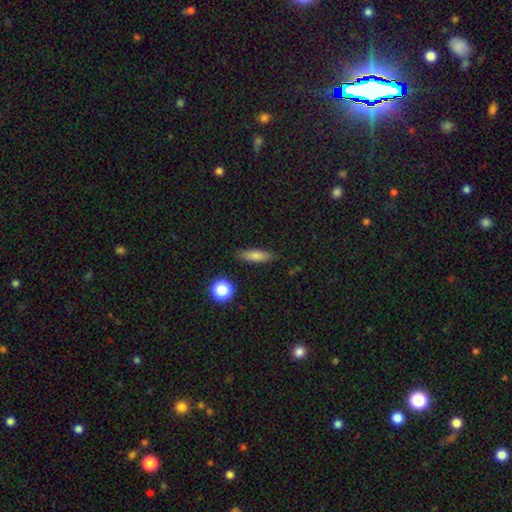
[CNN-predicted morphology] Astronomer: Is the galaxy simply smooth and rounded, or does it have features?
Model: smooth — 75%.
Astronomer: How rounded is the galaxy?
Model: cigar-shaped — 60% (runner-up: in between, 36%).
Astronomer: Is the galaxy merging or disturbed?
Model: none — 85%.